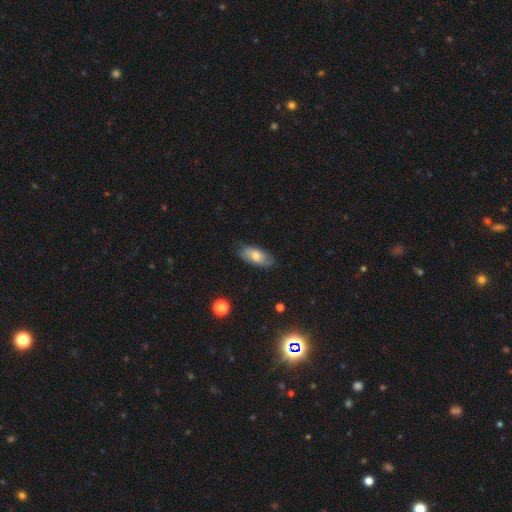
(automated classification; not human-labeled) Smooth or featured: smooth — 68% (featured or disk — 25%)
How rounded: in between — 89% (cigar-shaped — 8%)
Merging: none — 81% (minor disturbance — 16%)